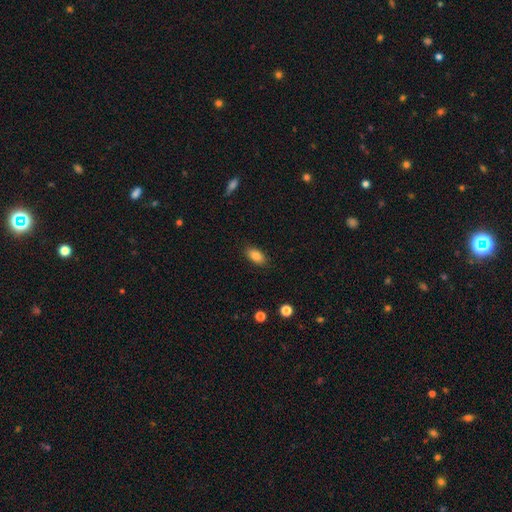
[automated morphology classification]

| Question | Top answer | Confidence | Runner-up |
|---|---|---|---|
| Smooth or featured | smooth | 85% | star or artifact (8%) |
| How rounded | in between | 91% | round (6%) |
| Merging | none | 87% | minor disturbance (10%) |